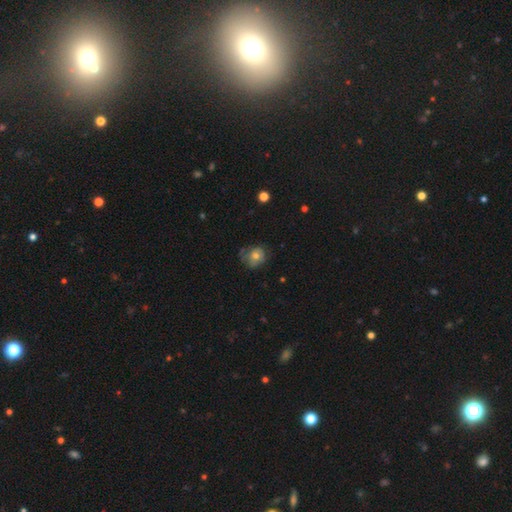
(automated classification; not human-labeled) A smooth galaxy with no disk features (61%) that is round (69%).

Vote fractions:
- Smooth or featured? smooth: 61% / featured or disk: 29% / star or artifact: 10%
- How rounded? round: 69% / in between: 30% / cigar-shaped: 1%
- Merging? none: 55% / minor disturbance: 29% / major disturbance: 13% / merger: 2%